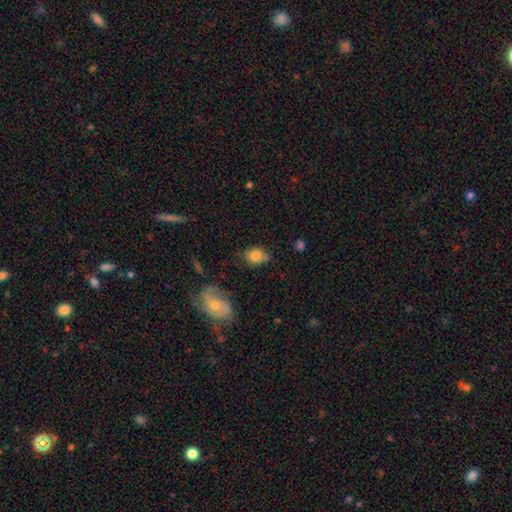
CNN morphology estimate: smooth_or_featured: smooth (p=0.77) [alt: featured or disk p=0.14]
how_rounded: in between (p=0.67) [alt: round p=0.31]
merging: none (p=0.57) [alt: minor disturbance p=0.28]